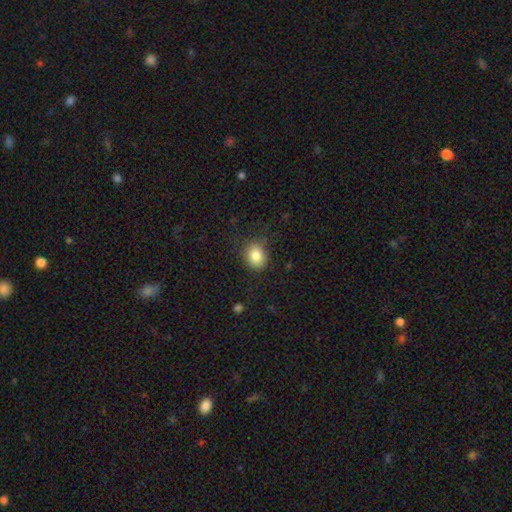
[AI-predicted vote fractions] A smooth galaxy with no disk features (83%) that is round (61%). Merging: none (79%).